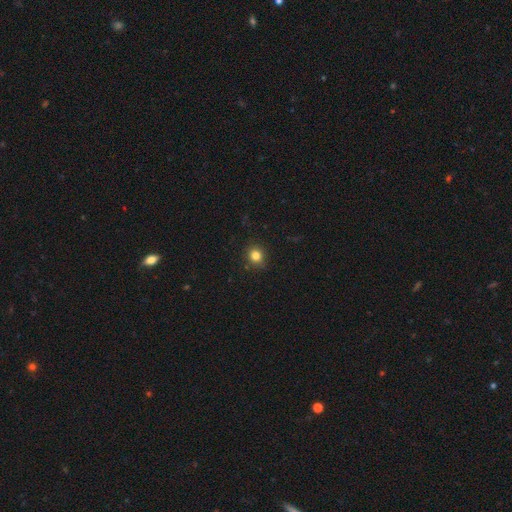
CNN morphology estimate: smooth_or_featured: smooth (p=0.83) [alt: star or artifact p=0.12]
how_rounded: round (p=0.79) [alt: in between p=0.20]
merging: none (p=0.88) [alt: minor disturbance p=0.09]